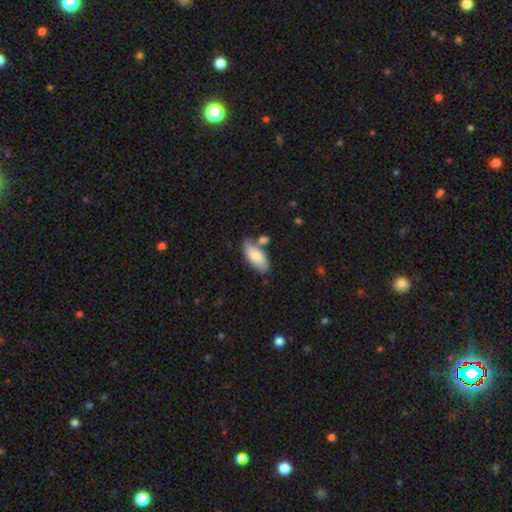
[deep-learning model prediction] This is likely a smooth galaxy (77%). How rounded: clearly in between (87%). Merging: likely none (66%).